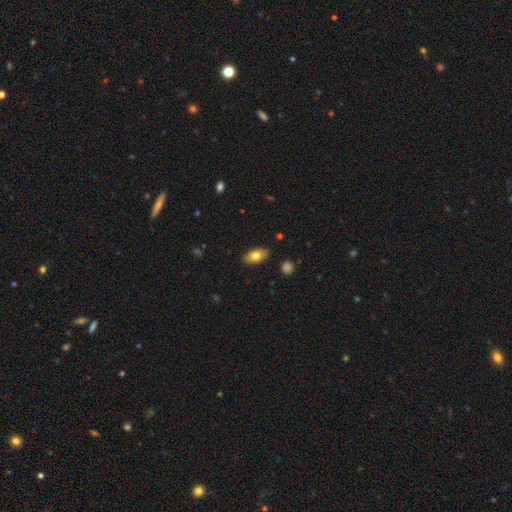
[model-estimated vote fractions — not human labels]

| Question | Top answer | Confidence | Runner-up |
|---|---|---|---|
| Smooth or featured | smooth | 76% | featured or disk (17%) |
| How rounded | in between | 90% | cigar-shaped (6%) |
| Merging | none | 87% | minor disturbance (9%) |